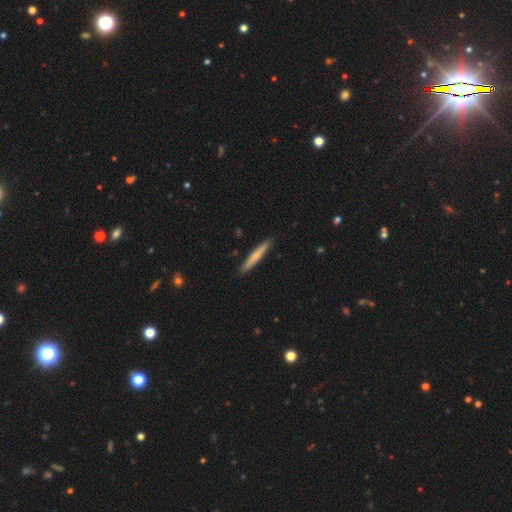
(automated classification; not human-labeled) A smooth galaxy with no disk features (69%) that is cigar-shaped (95%). Merging: none (91%).